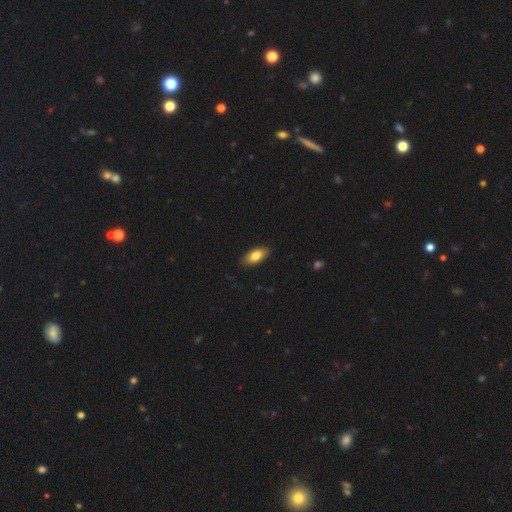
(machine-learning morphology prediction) smooth-or-featured: smooth: 83% | featured or disk: 11% | star or artifact: 6%
  how-rounded: in between: 90% | cigar-shaped: 7% | round: 3%
  merging: none: 87% | minor disturbance: 10% | major disturbance: 2% | merger: 1%